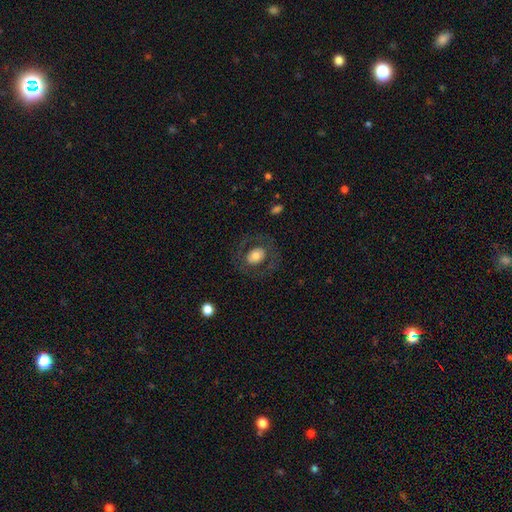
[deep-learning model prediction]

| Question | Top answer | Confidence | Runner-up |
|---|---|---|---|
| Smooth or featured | smooth | 55% | featured or disk (38%) |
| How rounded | round | 57% | in between (42%) |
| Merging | none | 78% | minor disturbance (11%) |